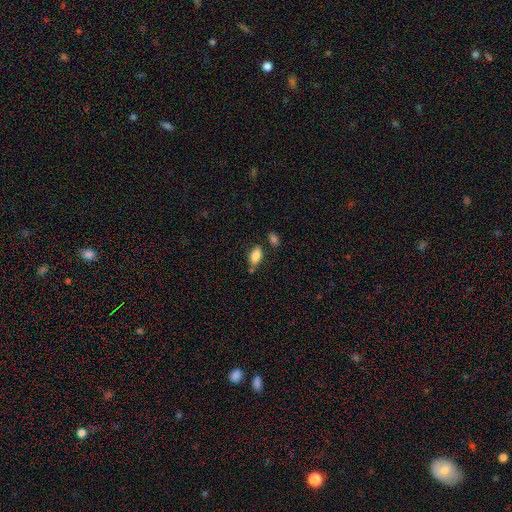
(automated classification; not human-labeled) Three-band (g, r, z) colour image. It shows a smooth galaxy with no disk features (82%) that is in between round and cigar-shaped (90%). Merging: none (69%).